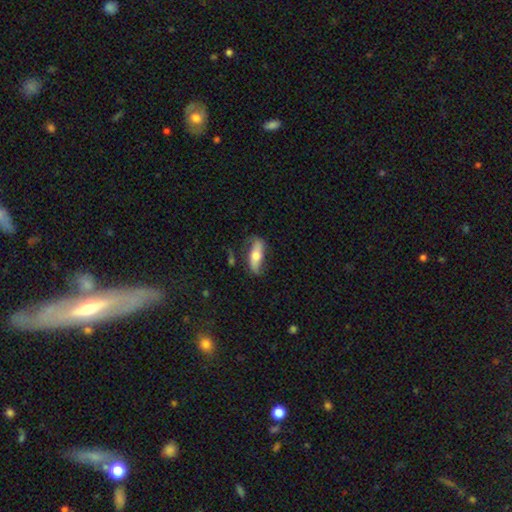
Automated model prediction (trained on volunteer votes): Smooth or featured?
  - featured or disk: 48% *
  - smooth: 46%
  - star or artifact: 6%
Merging?
  - none: 65% *
  - minor disturbance: 23%
  - major disturbance: 9%
  - merger: 3%